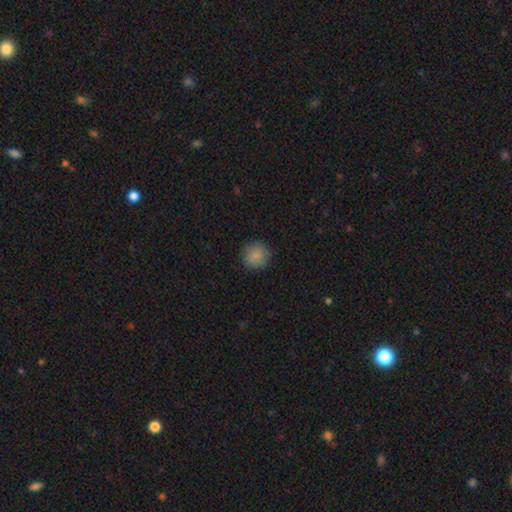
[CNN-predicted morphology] Overall: smooth (86%). How rounded: round (93%). Merging: none (88%).